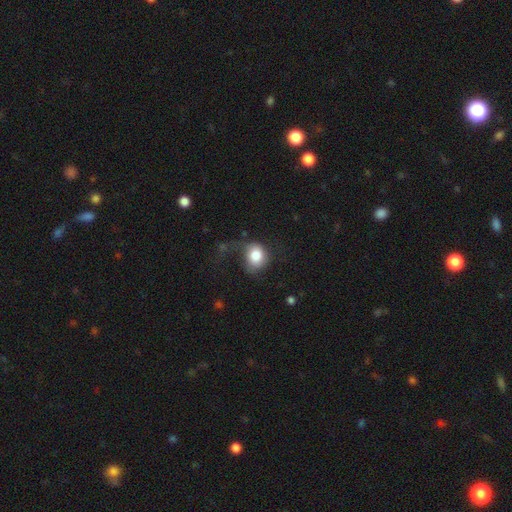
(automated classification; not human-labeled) Morphology: type=smooth (78%); roundness=round (65%); merging=none (39%).